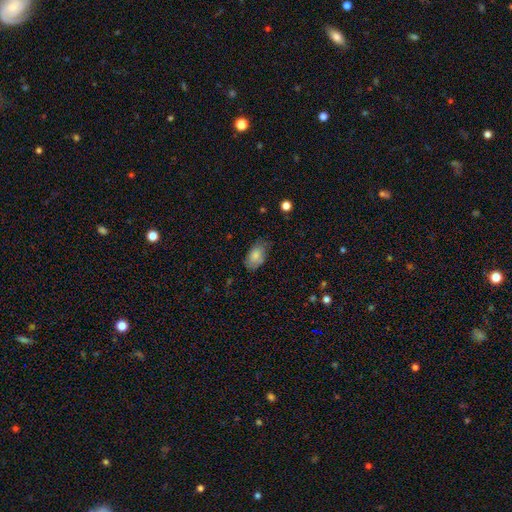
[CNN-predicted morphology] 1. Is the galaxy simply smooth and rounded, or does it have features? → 80% smooth, 13% featured or disk, 7% star or artifact.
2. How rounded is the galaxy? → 92% in between, 7% round, 2% cigar-shaped.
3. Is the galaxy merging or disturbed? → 66% none, 27% minor disturbance, 6% major disturbance, 2% merger.